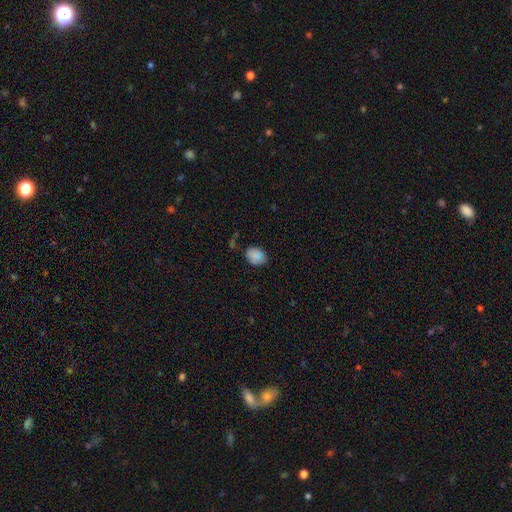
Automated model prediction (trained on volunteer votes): smooth-or-featured: smooth: 87% | star or artifact: 8% | featured or disk: 5%
  how-rounded: in between: 59% | round: 40% | cigar-shaped: 1%
  merging: none: 75% | minor disturbance: 18% | major disturbance: 4% | merger: 3%